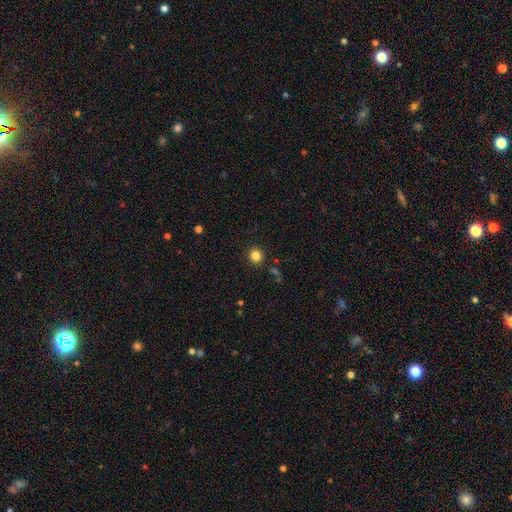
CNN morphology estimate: The model was most divided on "smooth or featured": smooth: 83%, star or artifact: 12%, featured or disk: 5%. More confident: how rounded — round (92%); merging — none (90%).